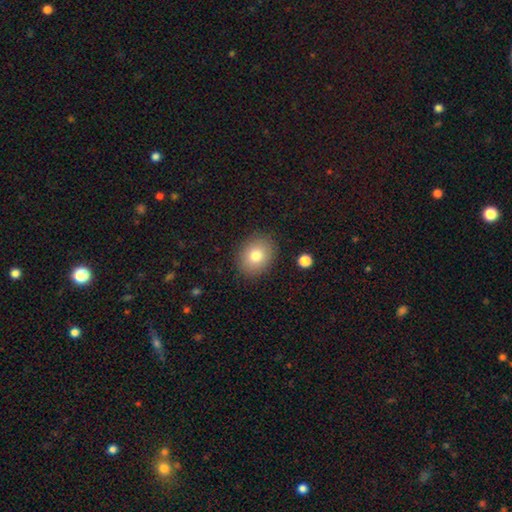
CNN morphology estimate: Smooth or featured: smooth — 79% (featured or disk — 11%)
How rounded: round — 50% (in between — 49%)
Merging: none — 87% (minor disturbance — 9%)